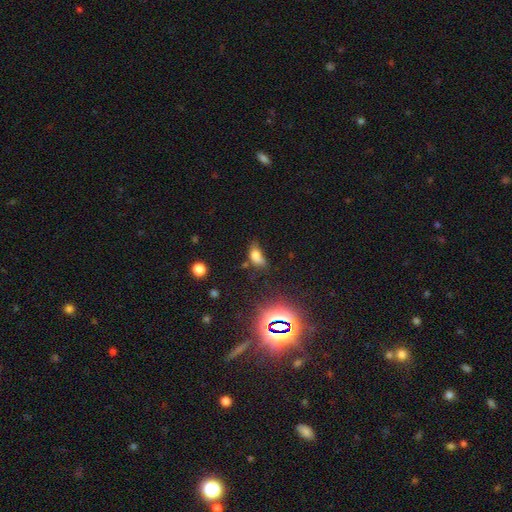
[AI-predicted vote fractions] The model was most divided on "merging": none: 32%, minor disturbance: 30%, major disturbance: 22%, merger: 16%. More confident: how rounded — in between (82%); smooth or featured — smooth (66%).